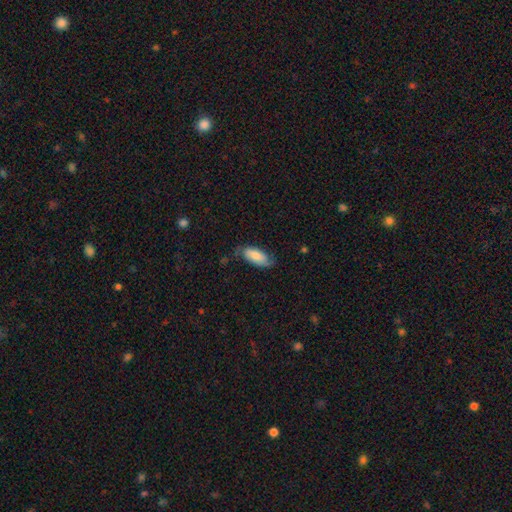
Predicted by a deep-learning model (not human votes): A smooth galaxy with no disk features (68%) that is in between round and cigar-shaped (87%).

Vote fractions:
- Smooth or featured? smooth: 68% / featured or disk: 25% / star or artifact: 7%
- How rounded? in between: 87% / cigar-shaped: 11% / round: 2%
- Merging? none: 59% / minor disturbance: 29% / major disturbance: 10% / merger: 2%